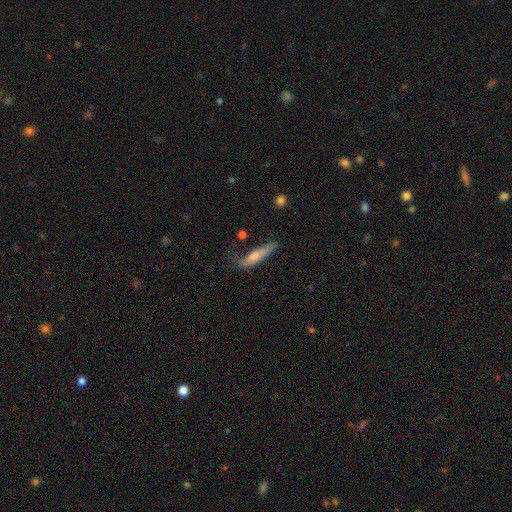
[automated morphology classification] This is likely a smooth galaxy (68%). How rounded: clearly cigar-shaped (83%). Merging: possibly none (50%).